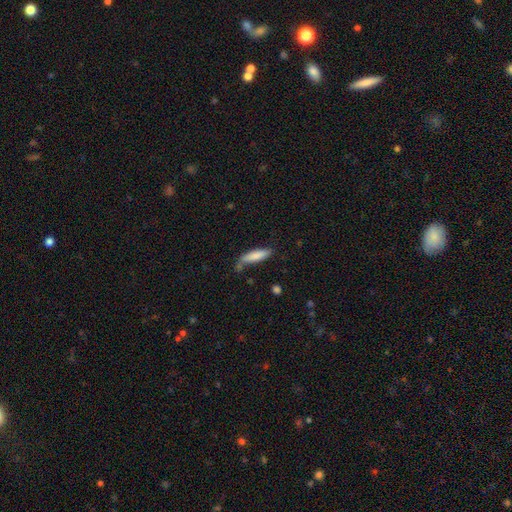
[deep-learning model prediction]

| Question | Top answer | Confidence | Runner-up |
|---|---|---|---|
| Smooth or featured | smooth | 82% | featured or disk (12%) |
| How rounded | cigar-shaped | 72% | in between (27%) |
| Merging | none | 64% | minor disturbance (23%) |